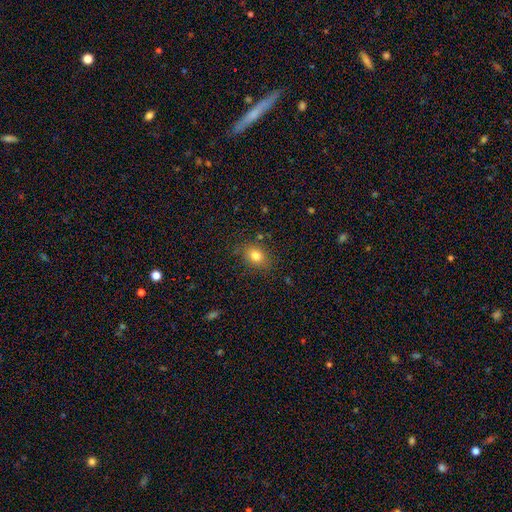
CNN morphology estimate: Smooth or featured? Predicted: smooth (p=0.80). How rounded? Predicted: in between (p=0.60). Merging? Predicted: none (p=0.82).